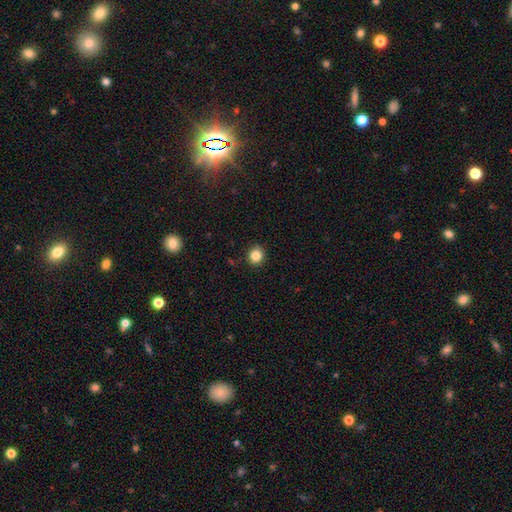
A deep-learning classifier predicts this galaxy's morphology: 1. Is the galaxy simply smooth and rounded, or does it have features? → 84% smooth, 11% star or artifact, 5% featured or disk.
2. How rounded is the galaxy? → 89% round, 10% in between, 1% cigar-shaped.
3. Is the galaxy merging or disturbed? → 91% none, 6% minor disturbance, 2% major disturbance, 1% merger.